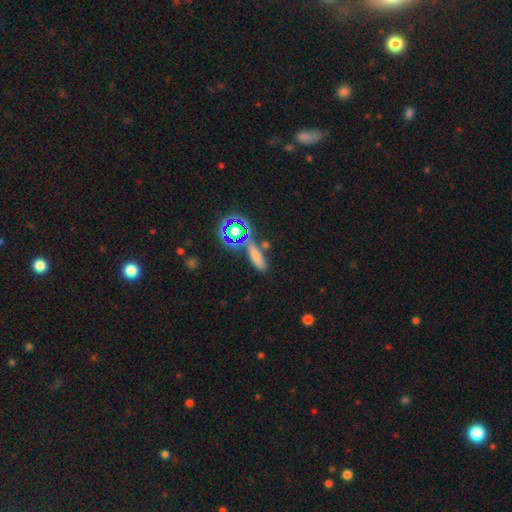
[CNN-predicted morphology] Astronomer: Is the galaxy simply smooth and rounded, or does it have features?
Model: smooth — 60%.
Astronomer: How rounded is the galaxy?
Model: cigar-shaped — 47% (runner-up: in between, 40%).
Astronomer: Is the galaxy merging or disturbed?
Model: none — 62%.